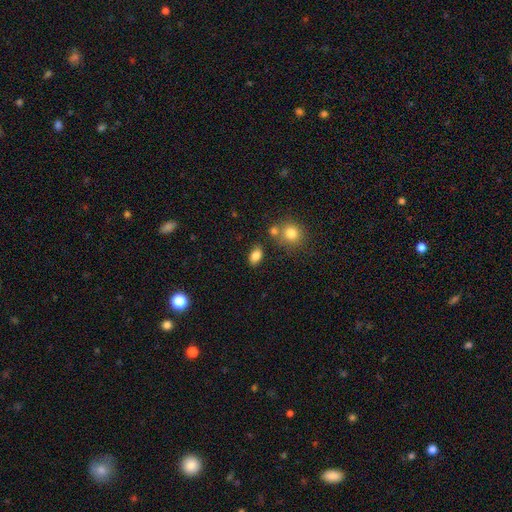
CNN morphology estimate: Overall: smooth (84%). How rounded: in between (86%). Merging: none (78%).